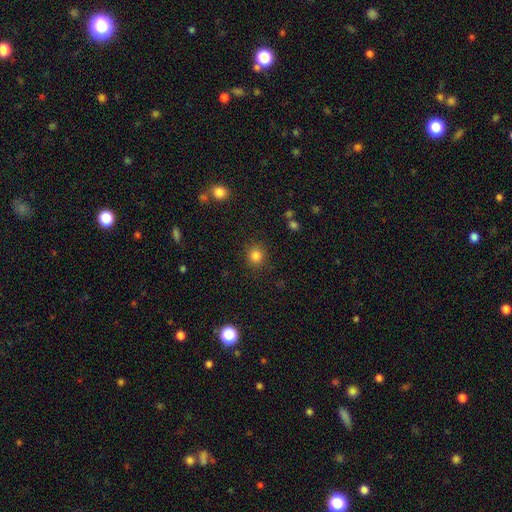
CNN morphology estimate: The model was most divided on "smooth or featured": smooth: 84%, star or artifact: 12%, featured or disk: 4%. More confident: how rounded — round (88%); merging — none (88%).